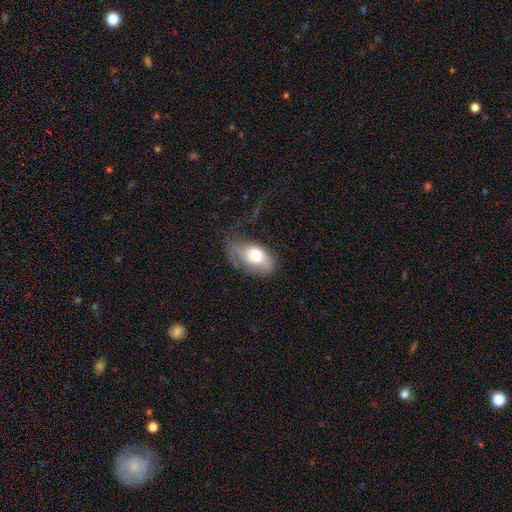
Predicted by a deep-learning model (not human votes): Overall: smooth (64%; featured or disk 29%). How rounded: in between (91%). Merging: major disturbance (35%; minor disturbance 33%).